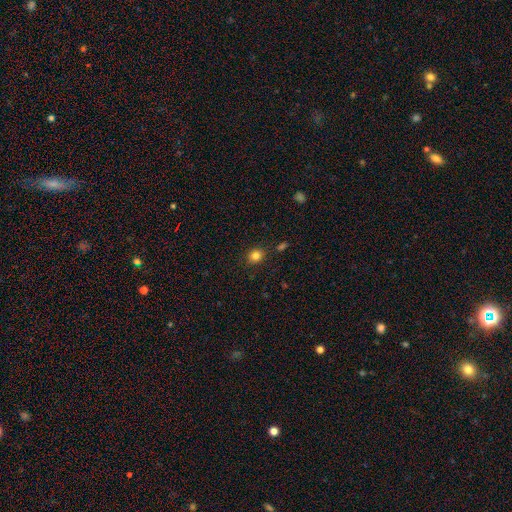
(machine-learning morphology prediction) type=smooth (82%); roundness=round (71%); merging=none (86%).